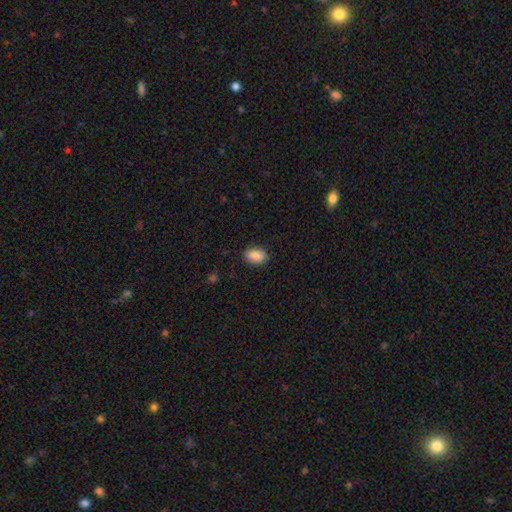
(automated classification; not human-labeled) Smooth or featured?
  - smooth: 88% *
  - star or artifact: 7%
  - featured or disk: 5%
How rounded?
  - in between: 85% *
  - round: 14%
  - cigar-shaped: 1%
Merging?
  - none: 89% *
  - minor disturbance: 8%
  - major disturbance: 2%
  - merger: 1%